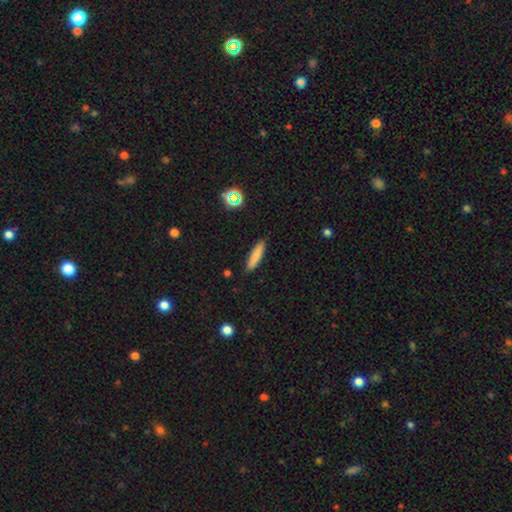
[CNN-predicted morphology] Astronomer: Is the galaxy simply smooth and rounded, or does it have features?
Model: smooth — 80%.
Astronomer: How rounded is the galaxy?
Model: cigar-shaped — 83%.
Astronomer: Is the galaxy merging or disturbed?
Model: none — 88%.